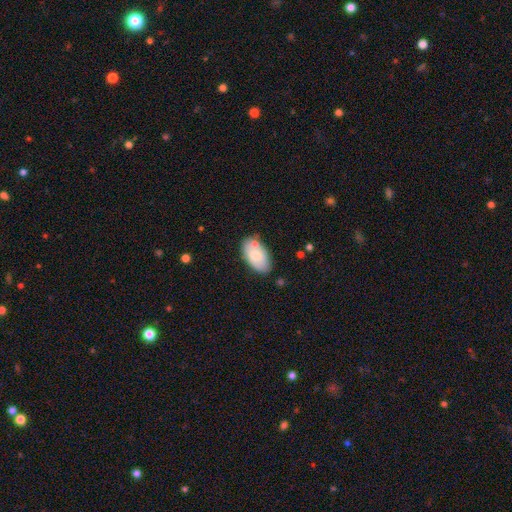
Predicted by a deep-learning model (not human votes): This is likely a smooth galaxy (70%). How rounded: clearly in between (95%). Merging: likely none (69%).